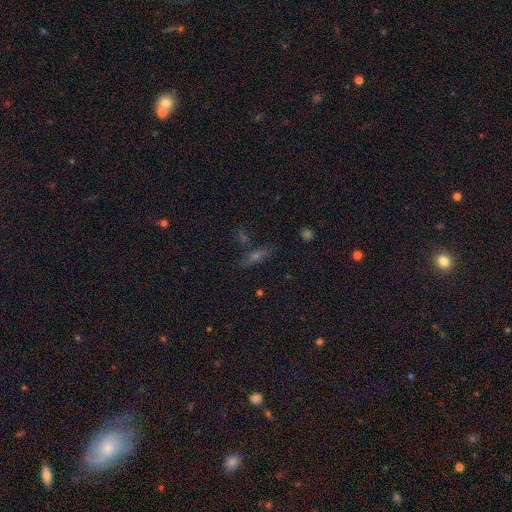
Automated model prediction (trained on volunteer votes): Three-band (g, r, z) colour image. It shows a smooth galaxy with no disk features (39%). Merging: none (76%).